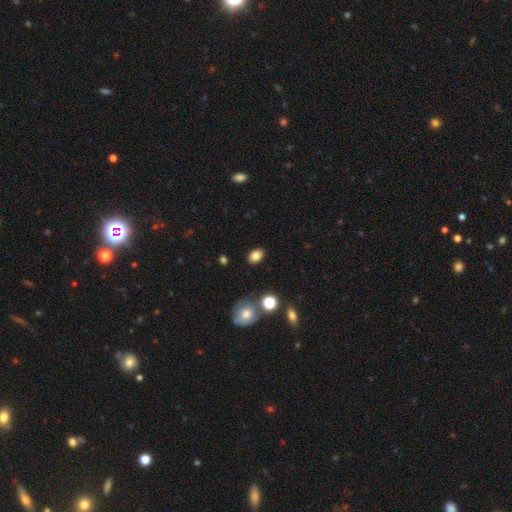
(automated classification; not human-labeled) A smooth galaxy with no disk features (83%) that is in between round and cigar-shaped (69%).

Vote fractions:
- Smooth or featured? smooth: 83% / star or artifact: 11% / featured or disk: 7%
- How rounded? in between: 69% / round: 30% / cigar-shaped: 1%
- Merging? none: 85% / minor disturbance: 9% / merger: 3% / major disturbance: 3%